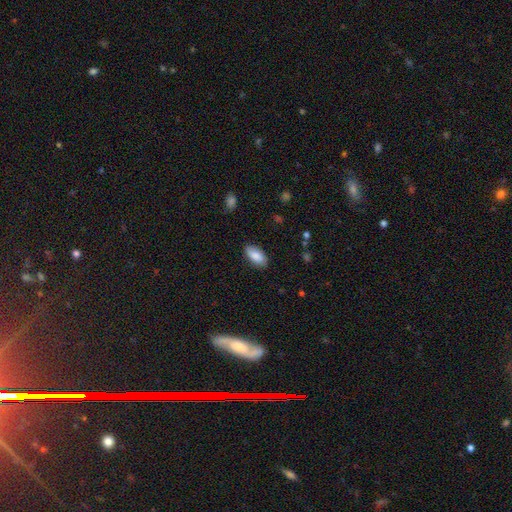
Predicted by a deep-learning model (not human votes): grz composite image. It shows a smooth galaxy with no disk features (87%) that is in between round and cigar-shaped (93%). Merging: none (86%).